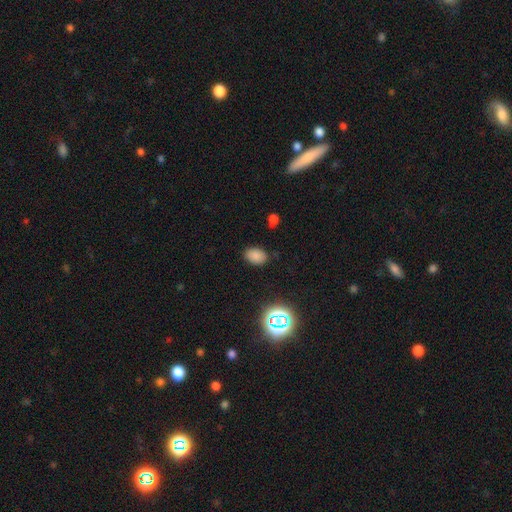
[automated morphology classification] smooth 79%, star or artifact 16%, featured or disk 5%. Down the decision tree: how rounded — in between (82%); merging — none (85%).